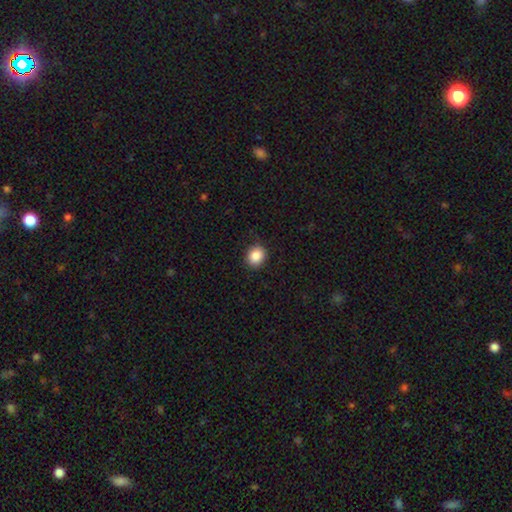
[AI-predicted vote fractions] The model was most divided on "how rounded": round: 74%, in between: 25%, cigar-shaped: 1%. More confident: merging — none (87%); smooth or featured — smooth (87%).